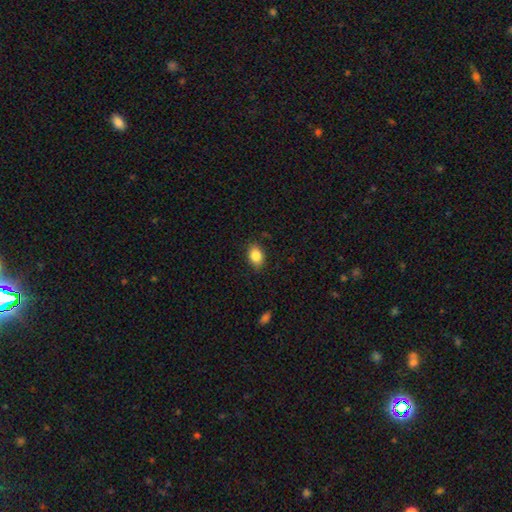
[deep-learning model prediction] Overall: smooth (85%). How rounded: in between (75%). Merging: none (84%).